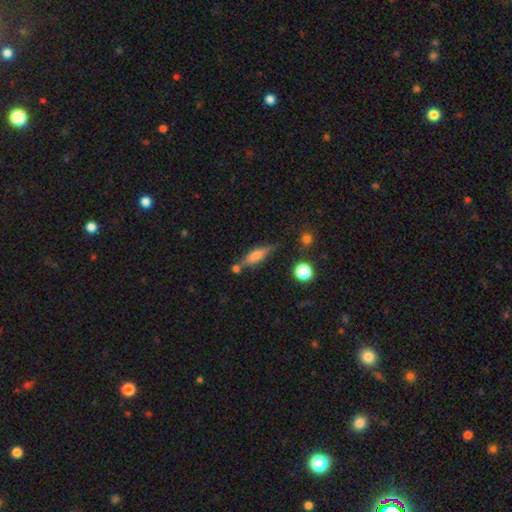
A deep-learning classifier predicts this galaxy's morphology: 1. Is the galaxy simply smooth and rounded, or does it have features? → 51% smooth, 39% featured or disk, 10% star or artifact.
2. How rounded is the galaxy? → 60% cigar-shaped, 36% in between, 4% round.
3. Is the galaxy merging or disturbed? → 66% none, 17% minor disturbance, 11% merger, 5% major disturbance.